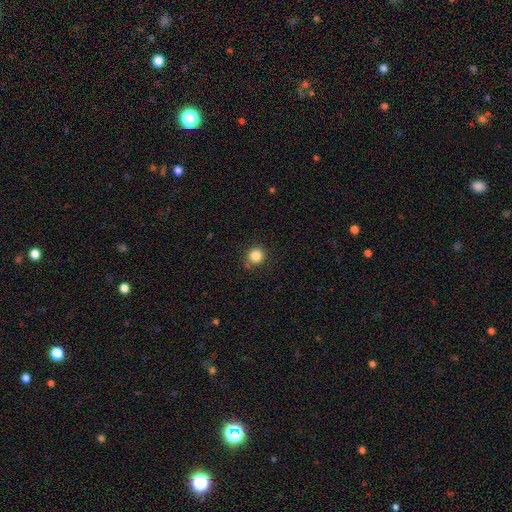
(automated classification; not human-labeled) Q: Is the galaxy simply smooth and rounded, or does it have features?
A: smooth — 85%.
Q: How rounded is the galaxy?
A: round — 93%.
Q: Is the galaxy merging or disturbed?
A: none — 82%.